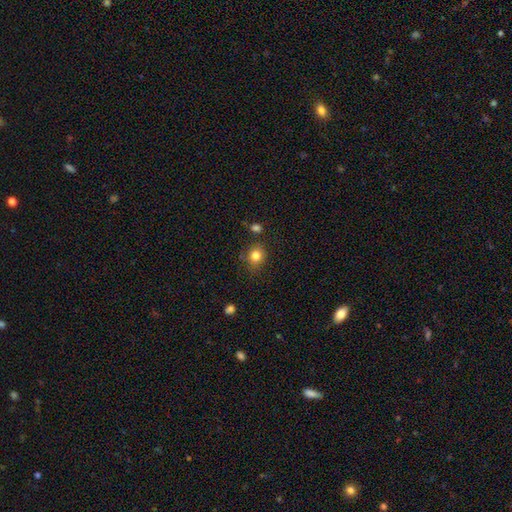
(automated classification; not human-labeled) Smooth or featured: smooth — 82% (star or artifact — 11%)
How rounded: round — 75% (in between — 24%)
Merging: none — 77% (minor disturbance — 14%)